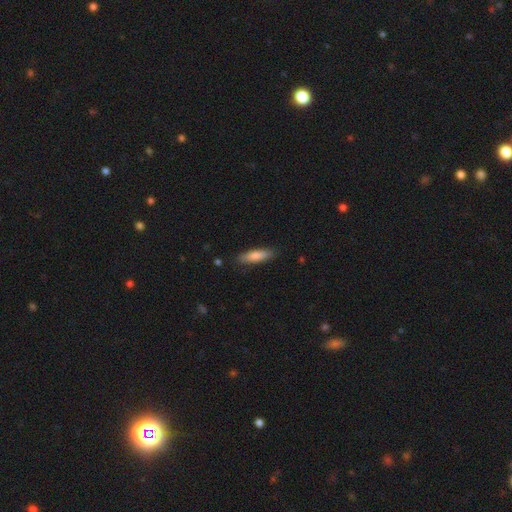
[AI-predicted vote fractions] Smooth or featured? smooth (81%)
How rounded? cigar-shaped (67%)
Merging? none (86%)